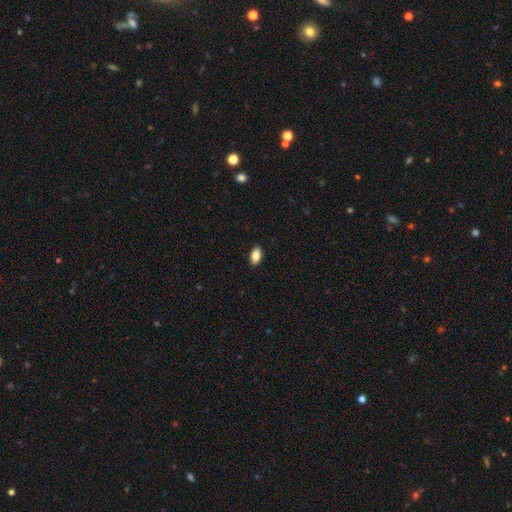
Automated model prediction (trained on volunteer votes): Smooth or featured?
  - smooth: 87% *
  - star or artifact: 7%
  - featured or disk: 6%
How rounded?
  - in between: 92% *
  - round: 5%
  - cigar-shaped: 3%
Merging?
  - none: 90% *
  - minor disturbance: 7%
  - major disturbance: 2%
  - merger: 1%